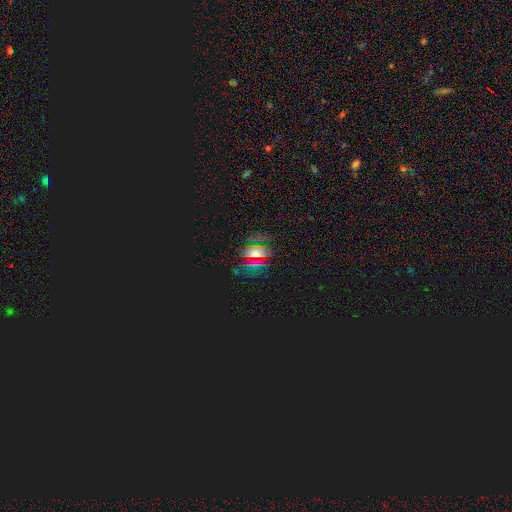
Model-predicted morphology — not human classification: type=star or artifact (51%).